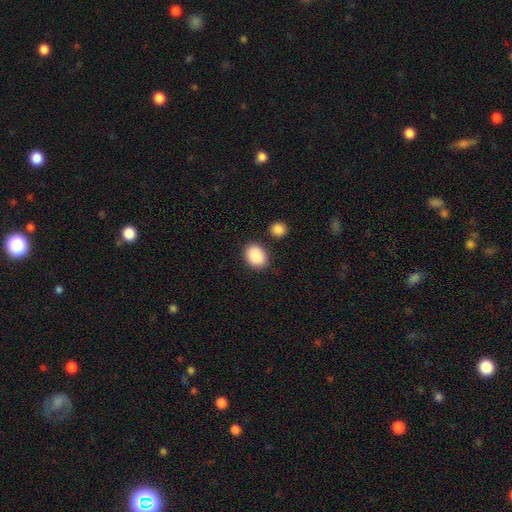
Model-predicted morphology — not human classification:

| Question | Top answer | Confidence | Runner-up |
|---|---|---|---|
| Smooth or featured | smooth | 90% | star or artifact (7%) |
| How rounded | in between | 65% | round (34%) |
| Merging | none | 83% | minor disturbance (10%) |